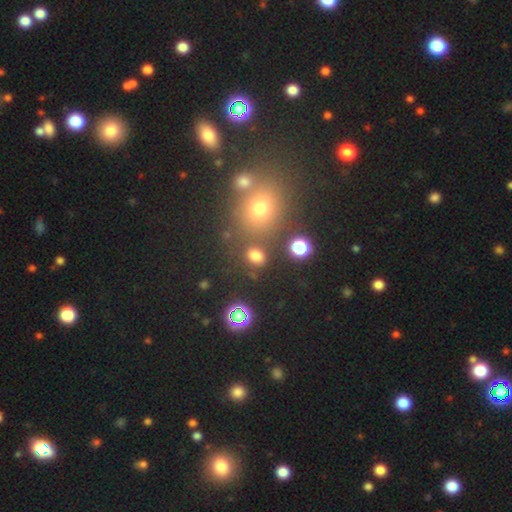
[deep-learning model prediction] A smooth galaxy with no disk features (73%) that is in between round and cigar-shaped (50%).

Vote fractions:
- Smooth or featured? smooth: 73% / star or artifact: 21% / featured or disk: 6%
- How rounded? in between: 50% / round: 48% / cigar-shaped: 2%
- Merging? none: 74% / minor disturbance: 11% / merger: 10% / major disturbance: 5%